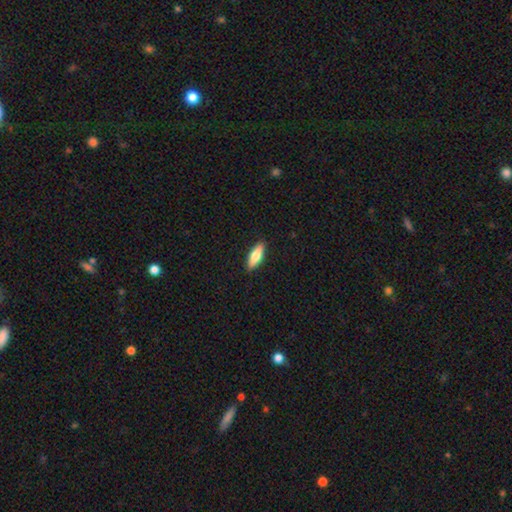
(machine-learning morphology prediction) smooth 68%, featured or disk 26%, star or artifact 6%. Down the decision tree: how rounded — in between (55%); merging — none (90%).